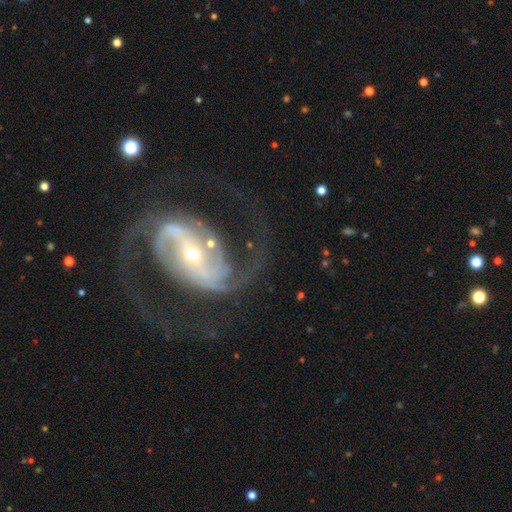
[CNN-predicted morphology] smooth-or-featured: featured or disk: 91% | star or artifact: 5% | smooth: 3%
  disk-edge-on: no: 97% | yes: 3%
    bar: strong: 58% | weak: 26% | no: 16%
    has-spiral-arms: yes: 97% | no: 3%
      spiral-winding: medium: 55% | loose: 24% | tight: 20%
      spiral-arm-count: 2: 91% | can't tell: 2% | 3: 2% | 1: 2% | 4: 1% | more than 4: 1%
    bulge-size: small: 63% | moderate: 31% | large: 3% | dominant: 1% | none: 1%
  merging: none: 73% | major disturbance: 13% | minor disturbance: 12% | merger: 2%